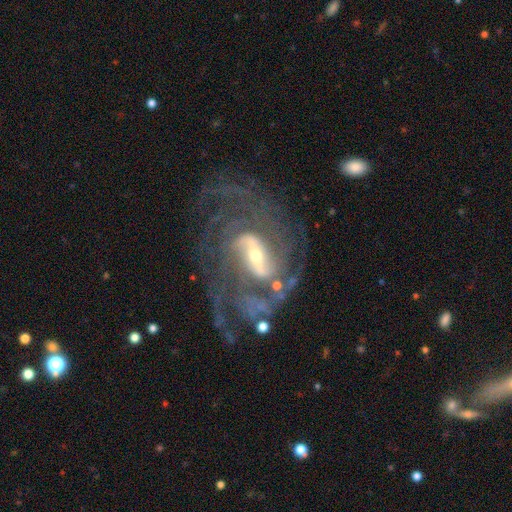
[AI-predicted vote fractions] Smooth or featured? featured or disk (89%)
Edge-on disk? no (96%)
Bar? strong (55%)
Spiral arms? yes (95%)
Spiral winding? medium (42%)
Spiral arm count? 2 (36%)
Bulge size? small (57%)
Merging? none (53%)